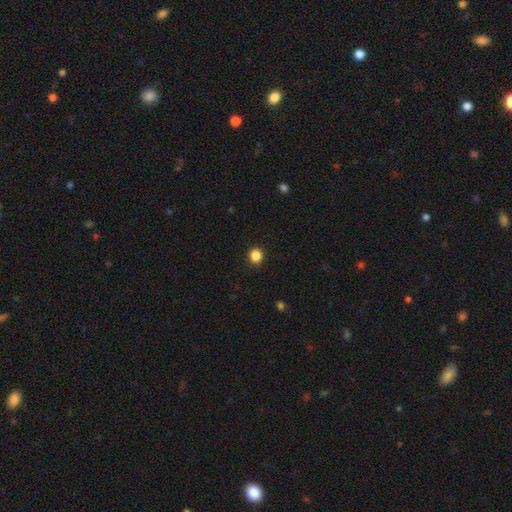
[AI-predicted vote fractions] smooth 86%, star or artifact 11%, featured or disk 3%. Down the decision tree: how rounded — round (84%); merging — none (91%).